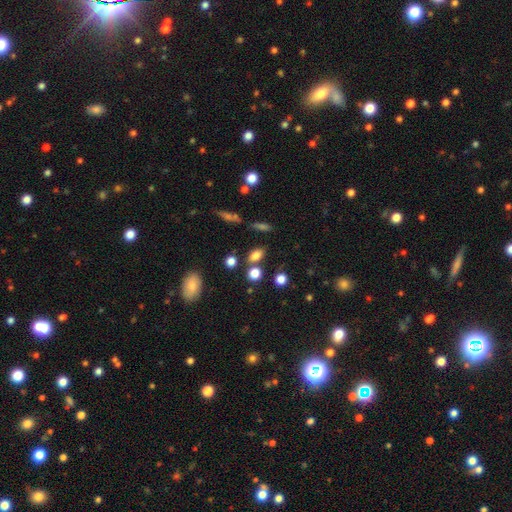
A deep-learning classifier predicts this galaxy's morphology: A smooth galaxy with no disk features (76%) that is in between round and cigar-shaped (73%). Merging: none (71%).